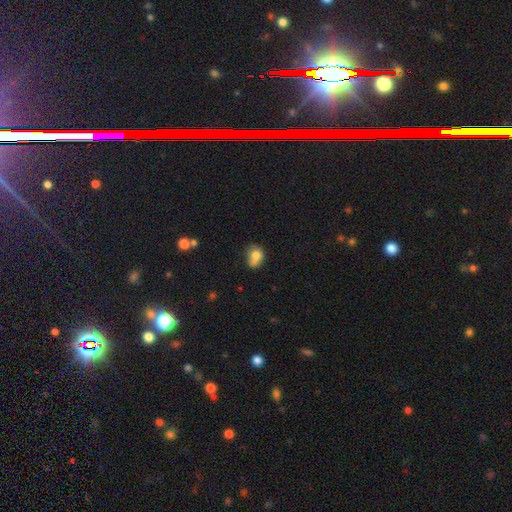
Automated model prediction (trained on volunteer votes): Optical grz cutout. It shows a smooth galaxy with no disk features (74%) that is in between round and cigar-shaped (51%). Merging: none (36%).